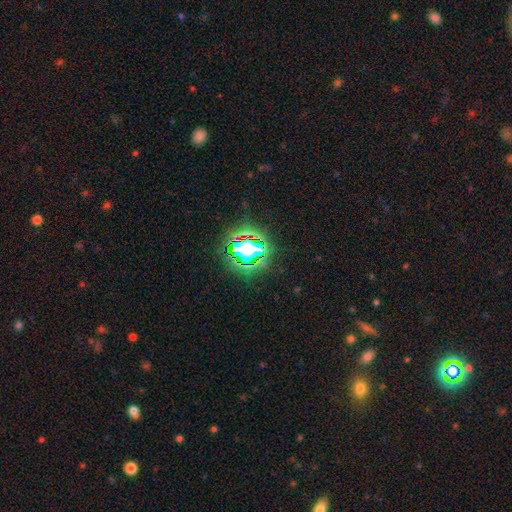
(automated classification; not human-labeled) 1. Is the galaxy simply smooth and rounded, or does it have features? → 78% star or artifact, 14% smooth, 8% featured or disk.